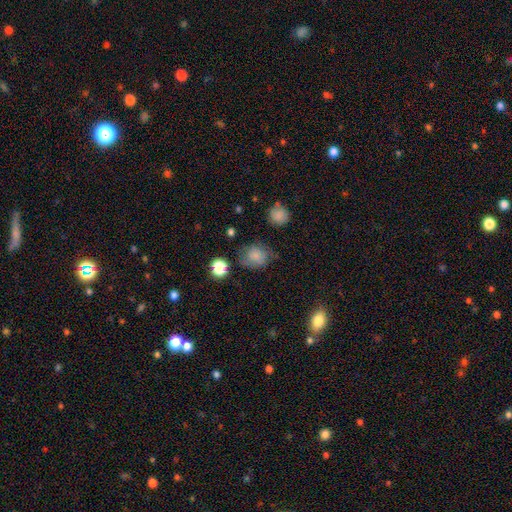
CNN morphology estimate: Overall: smooth (78%). How rounded: round (67%; in between 32%). Merging: none (62%; minor disturbance 25%).